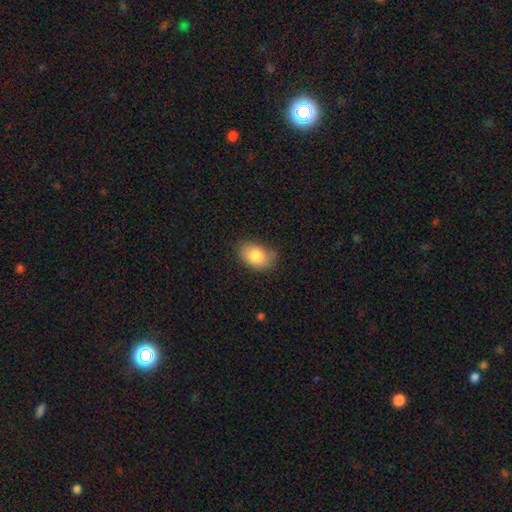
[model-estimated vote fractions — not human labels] Smooth or featured: smooth — 83% (featured or disk — 10%)
How rounded: in between — 85% (round — 14%)
Merging: none — 66% (minor disturbance — 27%)